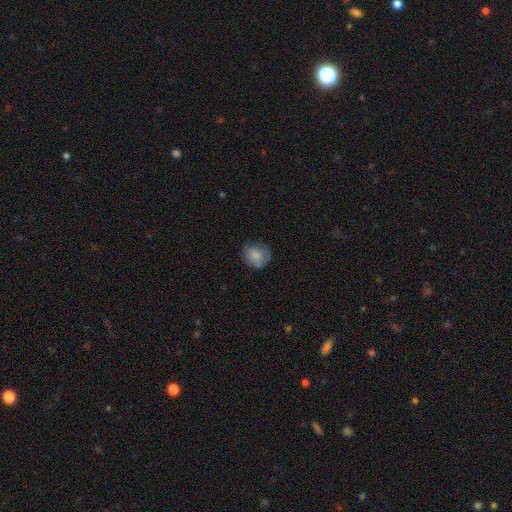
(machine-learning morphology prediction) smooth 82%, featured or disk 10%, star or artifact 8%. Down the decision tree: how rounded — round (77%); merging — none (73%).